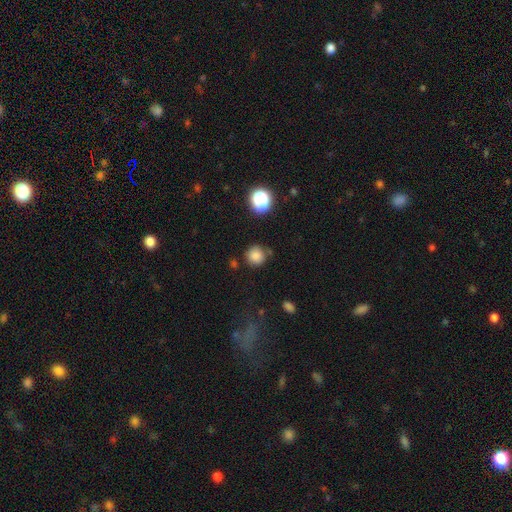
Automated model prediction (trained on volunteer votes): The model was most divided on "merging": none: 78%, minor disturbance: 13%, merger: 5%, major disturbance: 4%. More confident: how rounded — round (92%); smooth or featured — smooth (82%).